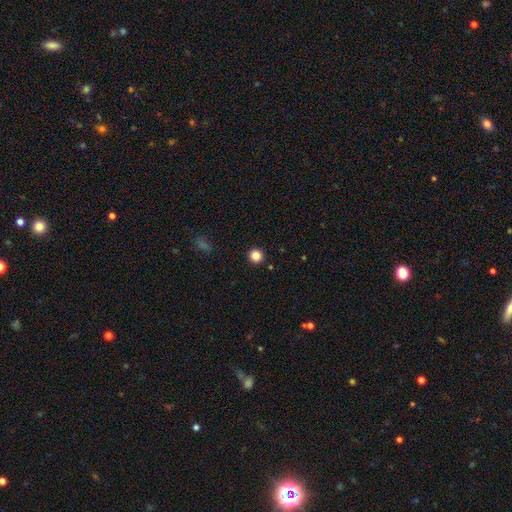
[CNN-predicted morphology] smooth_or_featured: smooth (p=0.84) [alt: star or artifact p=0.12]
how_rounded: round (p=0.94) [alt: in between p=0.05]
merging: none (p=0.93) [alt: minor disturbance p=0.05]